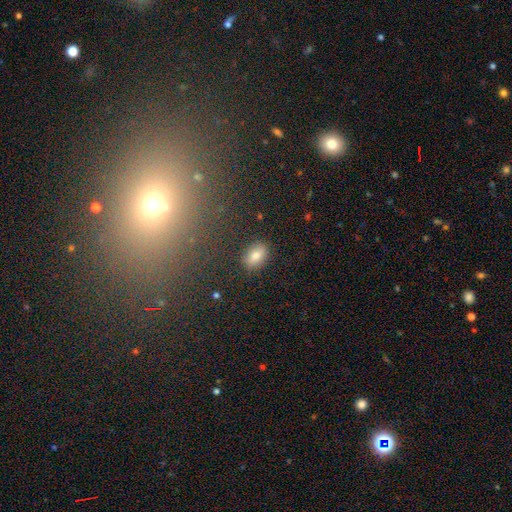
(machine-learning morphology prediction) type=smooth (80%); roundness=in between (84%); merging=none (85%).